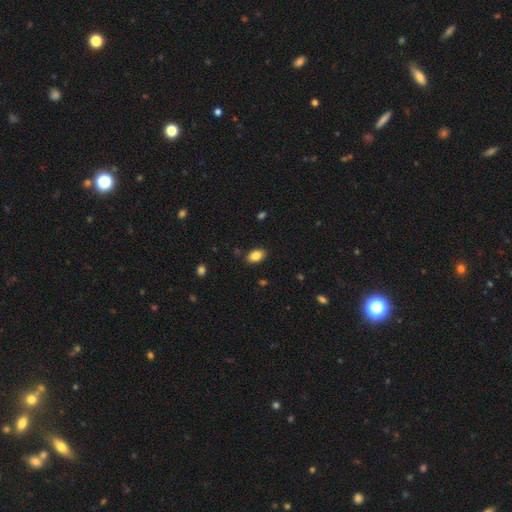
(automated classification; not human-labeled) This is clearly a smooth galaxy (85%). How rounded: clearly in between (86%). Merging: clearly none (86%).